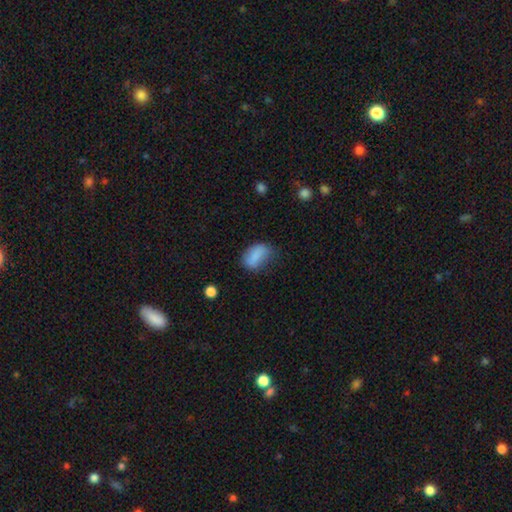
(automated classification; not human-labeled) smooth_or_featured: smooth (p=0.80) [alt: featured or disk p=0.12]
how_rounded: in between (p=0.86) [alt: round p=0.11]
merging: none (p=0.51) [alt: minor disturbance p=0.33]